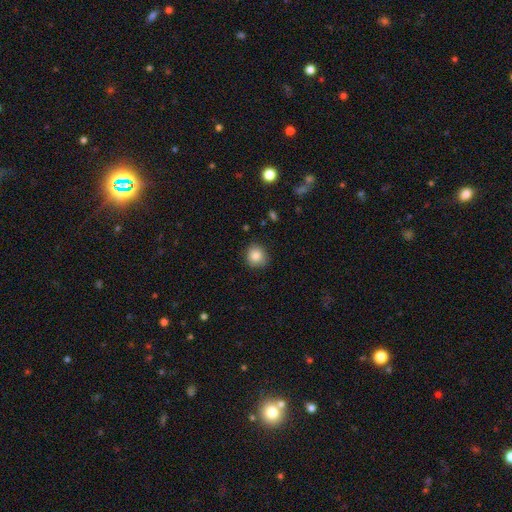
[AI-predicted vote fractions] Smooth or featured?
  - smooth: 87% *
  - star or artifact: 9%
  - featured or disk: 4%
How rounded?
  - round: 85% *
  - in between: 14%
  - cigar-shaped: 1%
Merging?
  - none: 83% *
  - minor disturbance: 13%
  - major disturbance: 3%
  - merger: 1%